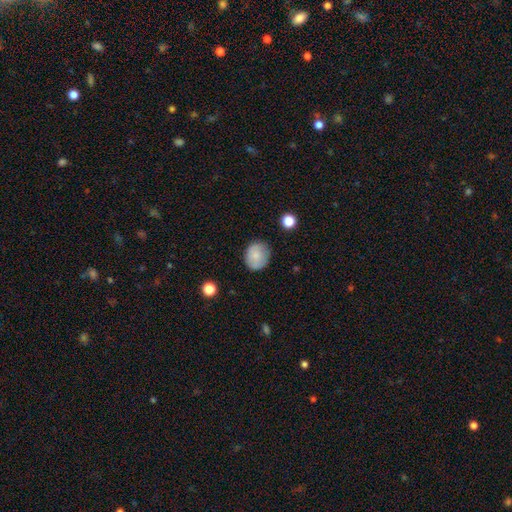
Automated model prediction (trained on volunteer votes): Q: Smooth or featured?
A: smooth (80%); runner-up: featured or disk (12%)
Q: How rounded?
A: round (64%); runner-up: in between (35%)
Q: Merging?
A: none (78%); runner-up: minor disturbance (17%)